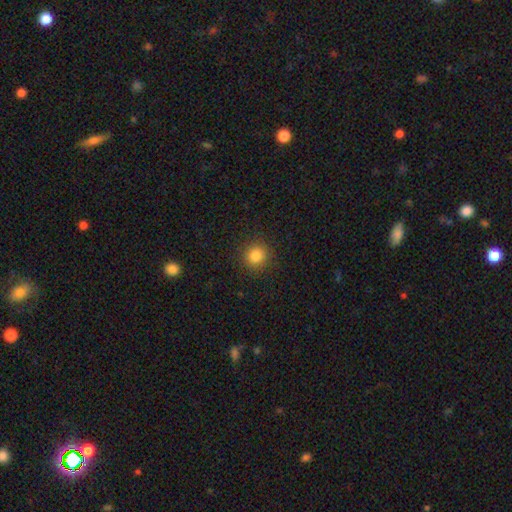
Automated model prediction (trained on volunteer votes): This is clearly a smooth galaxy (83%). How rounded: clearly round (91%). Merging: clearly none (90%).